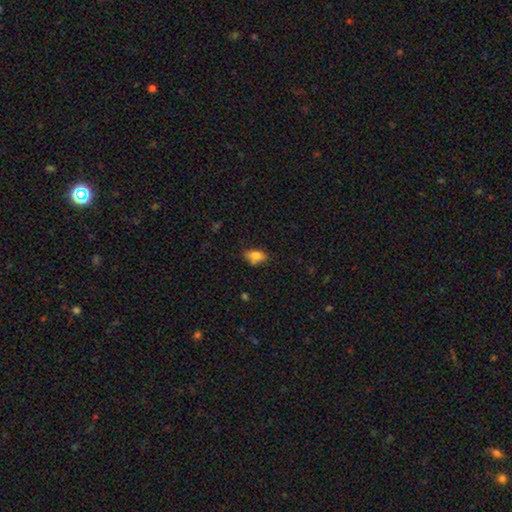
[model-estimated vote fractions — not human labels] A smooth galaxy with no disk features (79%) that is in between round and cigar-shaped (86%).

Vote fractions:
- Smooth or featured? smooth: 79% / featured or disk: 11% / star or artifact: 10%
- How rounded? in between: 86% / round: 10% / cigar-shaped: 4%
- Merging? none: 58% / minor disturbance: 27% / merger: 8% / major disturbance: 7%